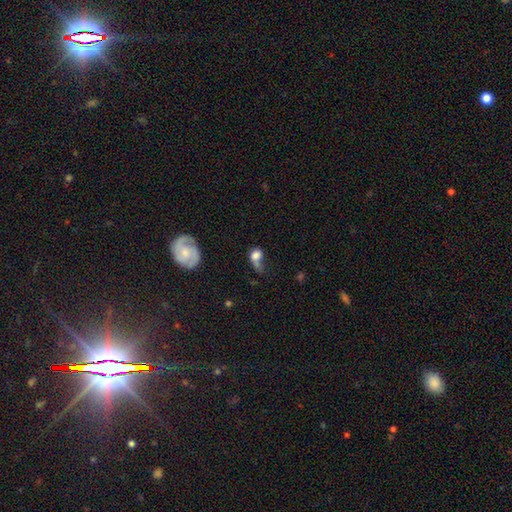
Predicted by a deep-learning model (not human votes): smooth-or-featured: smooth: 70% | featured or disk: 20% | star or artifact: 11%
  how-rounded: round: 51% | in between: 46% | cigar-shaped: 3%
  merging: merger: 28% | major disturbance: 27% | none: 26% | minor disturbance: 20%